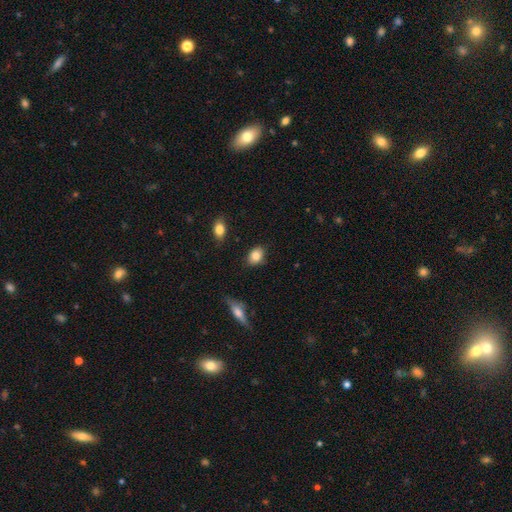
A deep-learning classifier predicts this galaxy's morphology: type=smooth (86%); roundness=in between (74%); merging=none (84%).